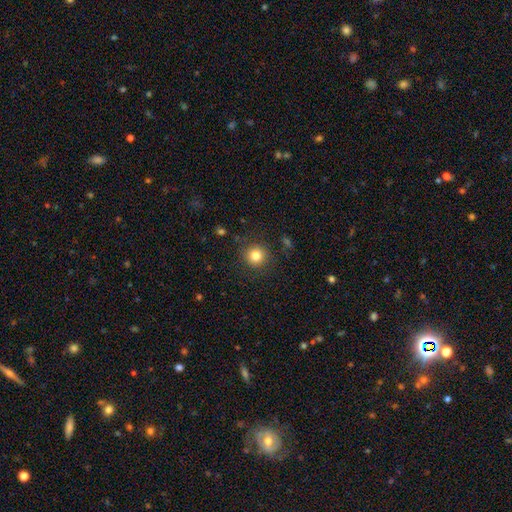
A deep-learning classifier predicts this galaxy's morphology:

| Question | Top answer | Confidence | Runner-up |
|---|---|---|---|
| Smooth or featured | smooth | 82% | star or artifact (12%) |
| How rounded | round | 93% | in between (6%) |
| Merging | none | 88% | minor disturbance (7%) |